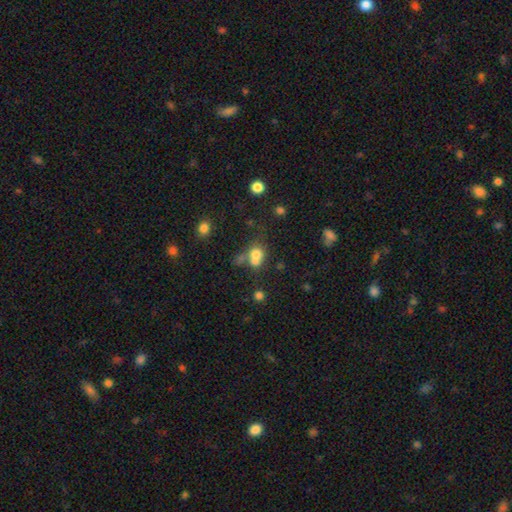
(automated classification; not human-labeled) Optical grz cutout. It shows a smooth galaxy with no disk features (70%) that is round (62%). Merging: merger (52%).